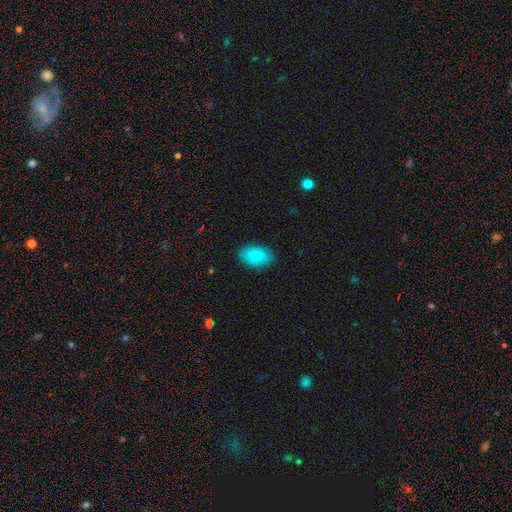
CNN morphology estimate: smooth 89%, star or artifact 7%, featured or disk 4%. Down the decision tree: how rounded — in between (91%); merging — none (86%).